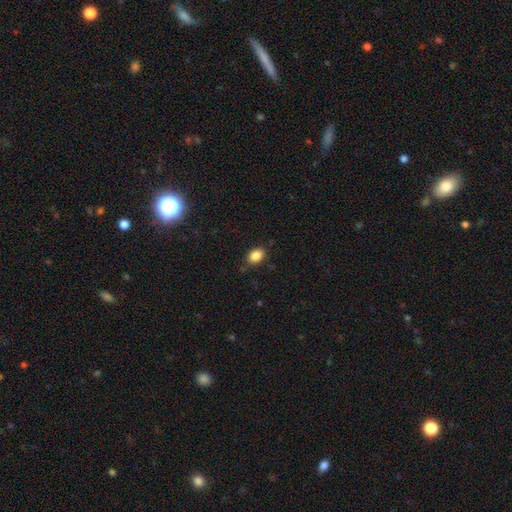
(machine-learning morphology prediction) Smooth or featured? smooth (86%)
How rounded? in between (75%)
Merging? none (80%)